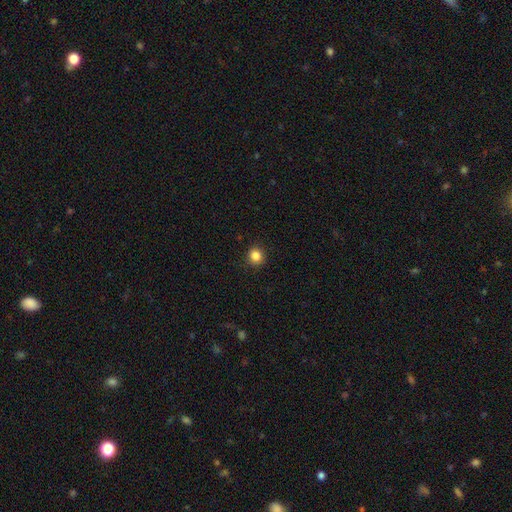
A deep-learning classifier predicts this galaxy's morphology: type=smooth (85%); roundness=round (88%); merging=none (91%).